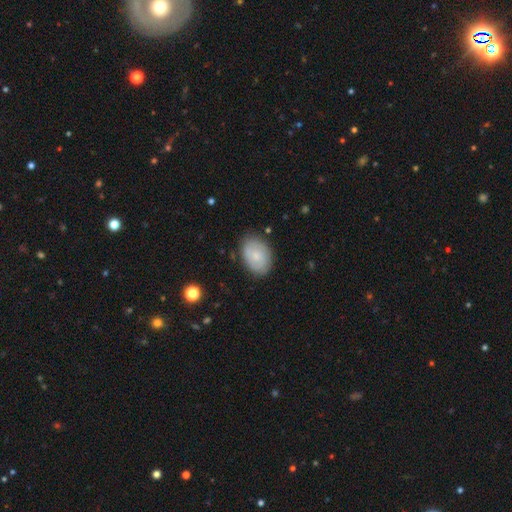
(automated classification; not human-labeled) Q: Smooth or featured?
A: smooth (69%); runner-up: featured or disk (24%)
Q: How rounded?
A: in between (83%); runner-up: round (16%)
Q: Merging?
A: none (80%); runner-up: minor disturbance (15%)